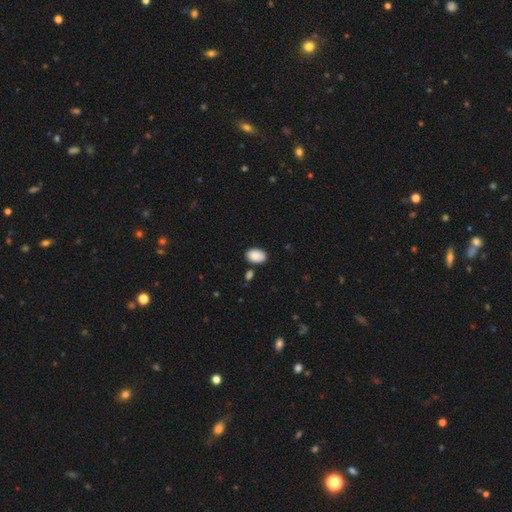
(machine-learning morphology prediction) smooth 88%, star or artifact 7%, featured or disk 5%. Down the decision tree: how rounded — in between (90%); merging — none (80%).